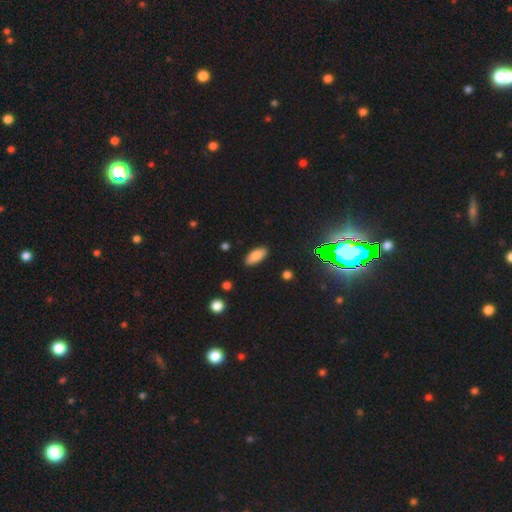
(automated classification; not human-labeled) smooth 83%, star or artifact 9%, featured or disk 7%. Down the decision tree: how rounded — in between (89%); merging — none (87%).